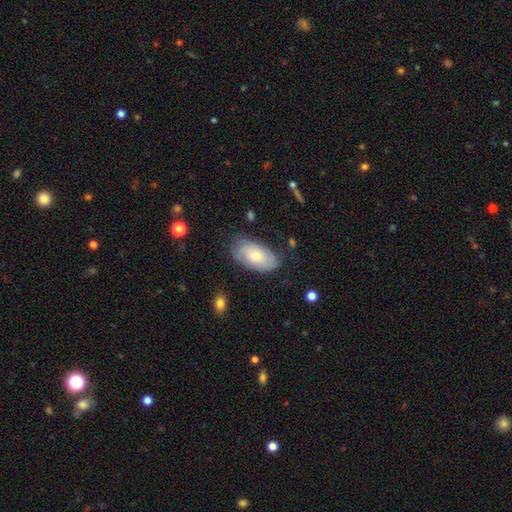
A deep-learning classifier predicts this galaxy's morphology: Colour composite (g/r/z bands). It shows a smooth galaxy with no disk features (65%) that is in between round and cigar-shaped (94%). Merging: none (71%).